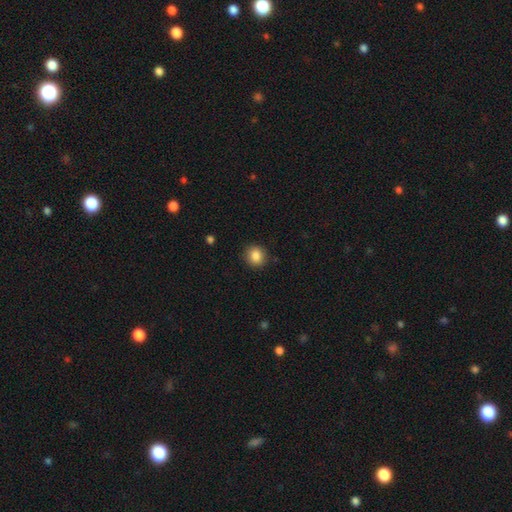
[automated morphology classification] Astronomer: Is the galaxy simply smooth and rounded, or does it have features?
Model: smooth — 86%.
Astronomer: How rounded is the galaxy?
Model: round — 80%.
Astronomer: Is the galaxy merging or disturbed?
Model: none — 89%.